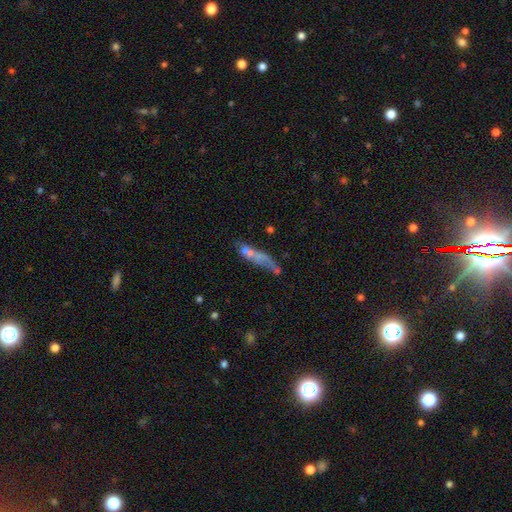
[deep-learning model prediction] Smooth or featured: smooth — 50% (featured or disk — 39%)
Merging: none — 32% (merger — 27%)